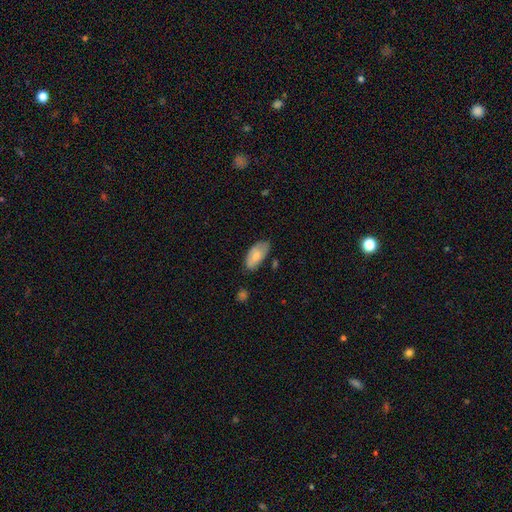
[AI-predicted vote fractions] Smooth or featured? smooth (77%)
How rounded? in between (93%)
Merging? none (66%)